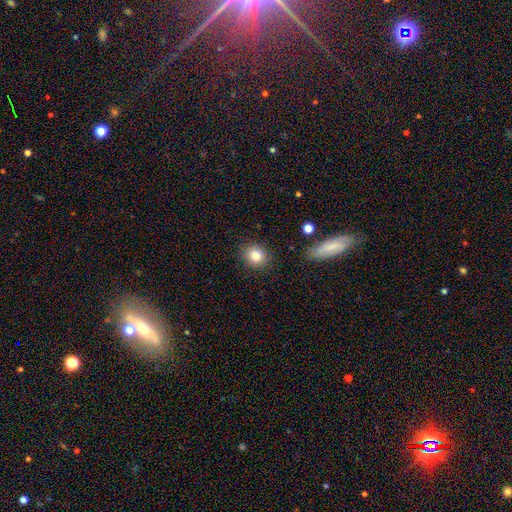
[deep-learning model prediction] Smooth or featured?
  - smooth: 84% *
  - star or artifact: 10%
  - featured or disk: 7%
How rounded?
  - round: 77% *
  - in between: 22%
  - cigar-shaped: 1%
Merging?
  - none: 87% *
  - minor disturbance: 9%
  - major disturbance: 3%
  - merger: 2%